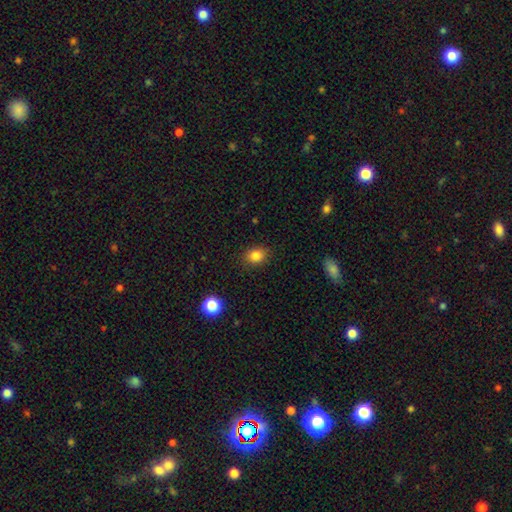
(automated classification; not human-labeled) Smooth or featured? Predicted: smooth (p=0.84). How rounded? Predicted: round (p=0.50). Merging? Predicted: none (p=0.85).